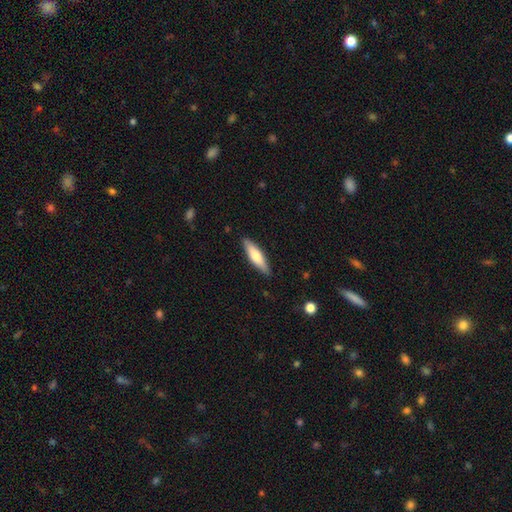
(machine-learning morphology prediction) smooth-or-featured: smooth: 65% | featured or disk: 30% | star or artifact: 5%
  how-rounded: cigar-shaped: 70% | in between: 29% | round: 1%
  merging: none: 87% | minor disturbance: 10% | major disturbance: 2% | merger: 1%